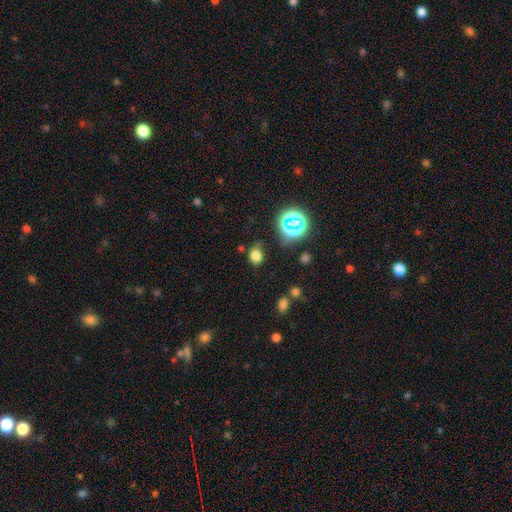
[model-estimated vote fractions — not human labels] smooth 72%, star or artifact 21%, featured or disk 7%. Down the decision tree: how rounded — round (50%); merging — none (69%).